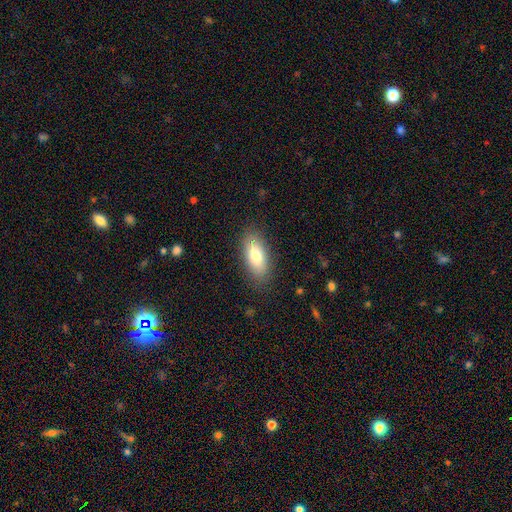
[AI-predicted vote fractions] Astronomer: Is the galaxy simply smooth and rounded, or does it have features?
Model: smooth — 73%.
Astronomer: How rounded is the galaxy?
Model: in between — 84%.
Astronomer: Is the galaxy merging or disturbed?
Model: none — 84%.